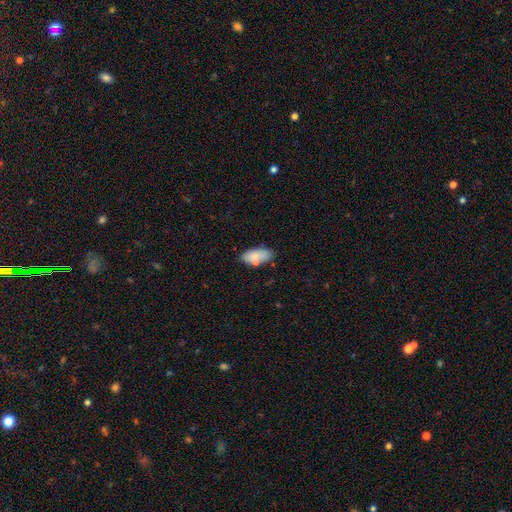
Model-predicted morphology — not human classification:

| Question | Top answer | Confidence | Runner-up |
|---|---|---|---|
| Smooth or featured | smooth | 79% | featured or disk (13%) |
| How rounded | in between | 90% | cigar-shaped (8%) |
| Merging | none | 68% | minor disturbance (18%) |